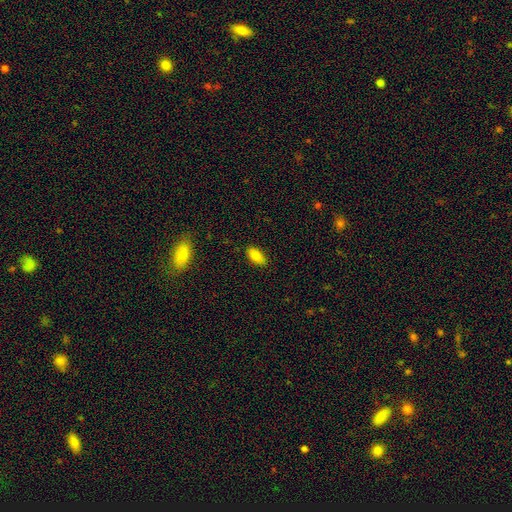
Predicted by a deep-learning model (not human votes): Morphology: type=smooth (84%); roundness=in between (90%); merging=none (87%).